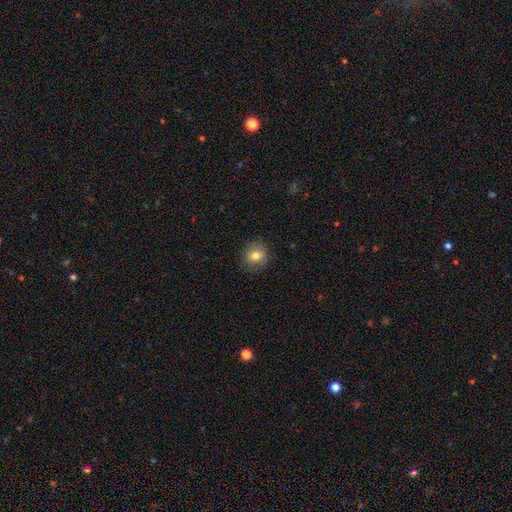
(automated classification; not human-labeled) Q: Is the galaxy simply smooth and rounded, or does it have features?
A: smooth — 78%.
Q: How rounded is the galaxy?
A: round — 79%.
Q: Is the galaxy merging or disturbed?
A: none — 87%.